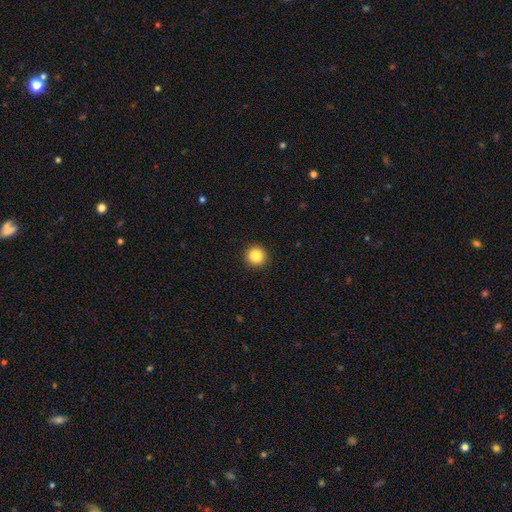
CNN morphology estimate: type=smooth (86%); roundness=round (90%); merging=none (91%).